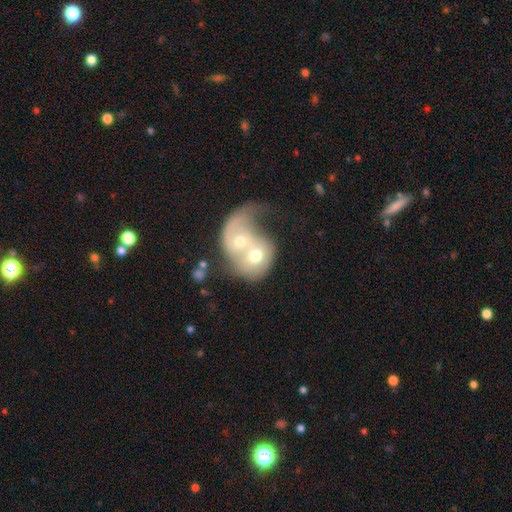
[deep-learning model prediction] Overall: featured or disk (51%; smooth 42%). Edge-on disk: no (96%). Merging: merger (83%).